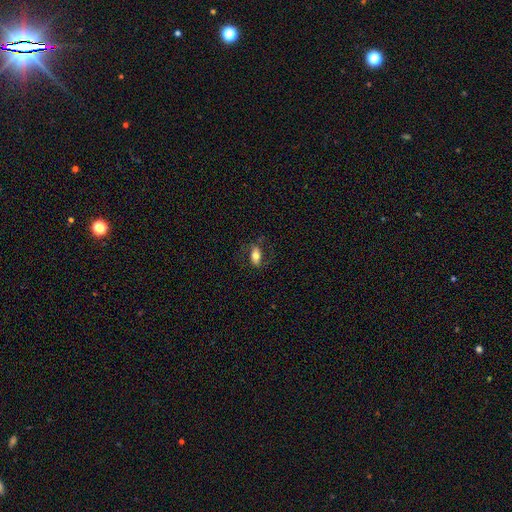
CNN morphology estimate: Smooth or featured?
  - smooth: 66% *
  - featured or disk: 26%
  - star or artifact: 8%
How rounded?
  - in between: 85% *
  - cigar-shaped: 10%
  - round: 5%
Merging?
  - none: 75% *
  - minor disturbance: 16%
  - major disturbance: 8%
  - merger: 1%